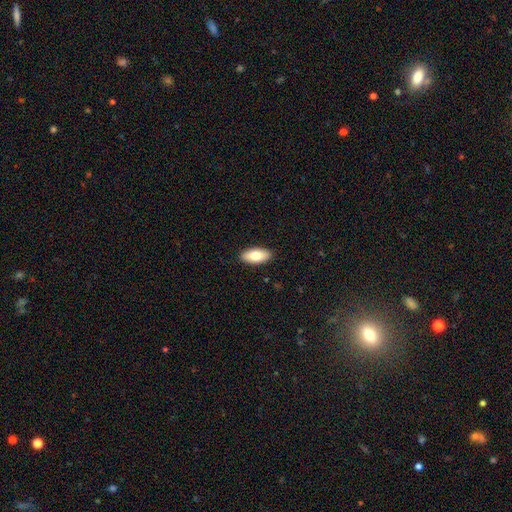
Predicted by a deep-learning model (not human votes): This appears to be a smooth galaxy with no disk features (78%) that is in between round and cigar-shaped (91%). Merging: none (90%).